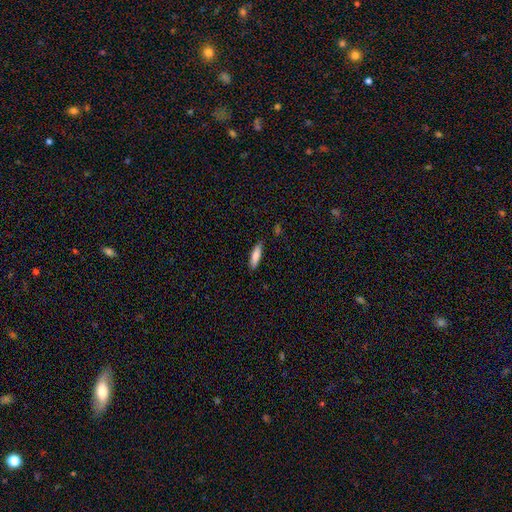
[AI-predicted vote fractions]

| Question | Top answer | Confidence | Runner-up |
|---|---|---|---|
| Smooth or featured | smooth | 84% | featured or disk (10%) |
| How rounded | cigar-shaped | 63% | in between (35%) |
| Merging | none | 85% | minor disturbance (12%) |